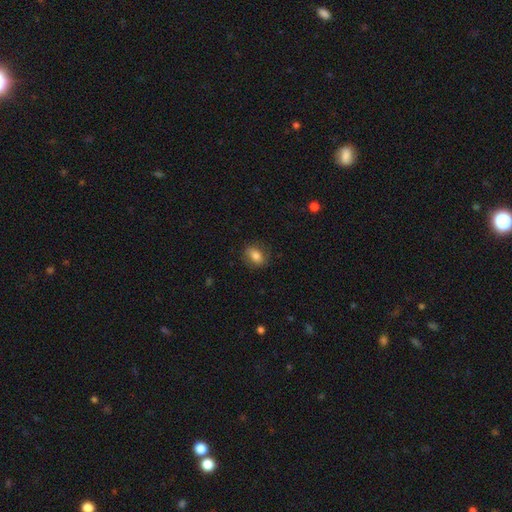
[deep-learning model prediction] The model was most divided on "how rounded": in between: 74%, round: 24%, cigar-shaped: 2%. More confident: merging — none (78%); smooth or featured — smooth (77%).